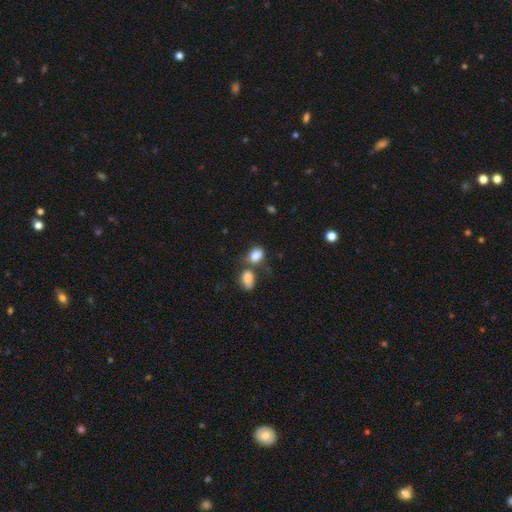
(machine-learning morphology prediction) A smooth galaxy with no disk features (83%) that is in between round and cigar-shaped (73%).

Vote fractions:
- Smooth or featured? smooth: 83% / star or artifact: 9% / featured or disk: 8%
- How rounded? in between: 73% / round: 25% / cigar-shaped: 1%
- Merging? merger: 45% / none: 33% / minor disturbance: 13% / major disturbance: 8%